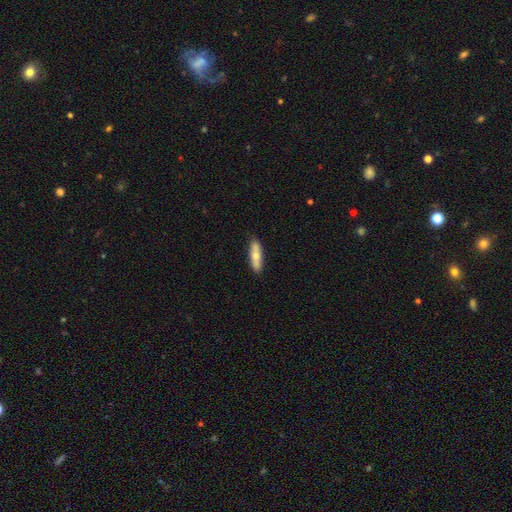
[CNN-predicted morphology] type=smooth (62%); roundness=cigar-shaped (60%); merging=none (86%).